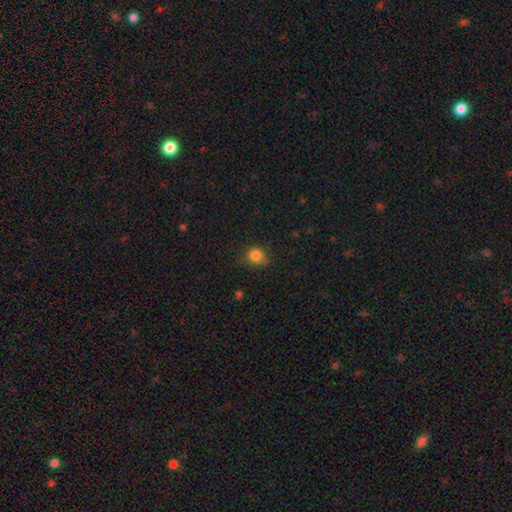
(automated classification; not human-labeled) Smooth or featured?
  - smooth: 85% *
  - star or artifact: 12%
  - featured or disk: 4%
How rounded?
  - round: 84% *
  - in between: 15%
  - cigar-shaped: 1%
Merging?
  - none: 81% *
  - minor disturbance: 14%
  - major disturbance: 3%
  - merger: 1%